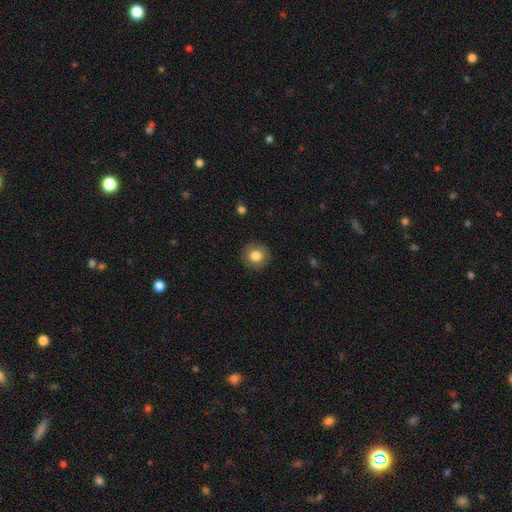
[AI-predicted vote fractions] Smooth or featured? smooth (79%)
How rounded? round (90%)
Merging? none (89%)